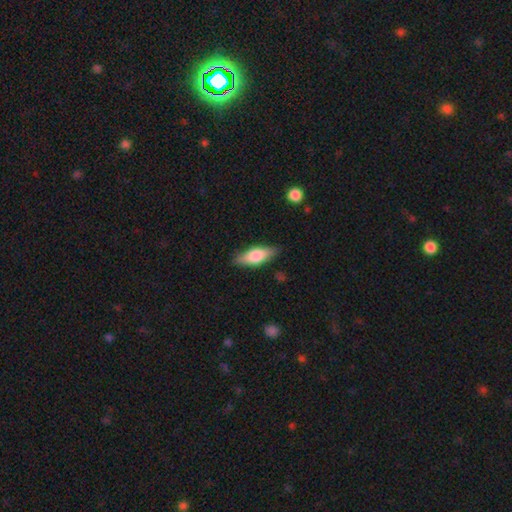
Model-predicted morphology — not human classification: The model was most divided on "how rounded": in between: 66%, cigar-shaped: 32%, round: 3%. More confident: merging — none (83%); smooth or featured — smooth (65%).